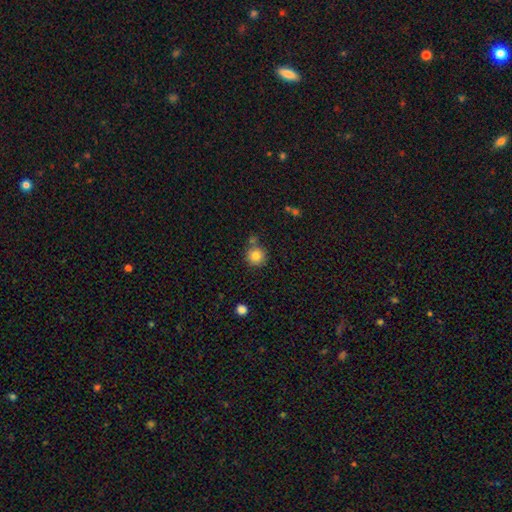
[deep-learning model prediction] Smooth or featured: smooth — 82% (star or artifact — 11%)
How rounded: round — 94% (in between — 5%)
Merging: none — 74% (merger — 12%)